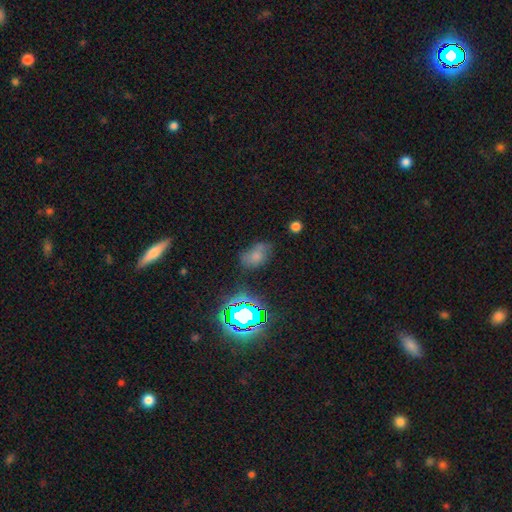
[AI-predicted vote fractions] Overall: smooth (59%; star or artifact 24%). How rounded: in between (83%). Merging: none (47%; minor disturbance 32%).